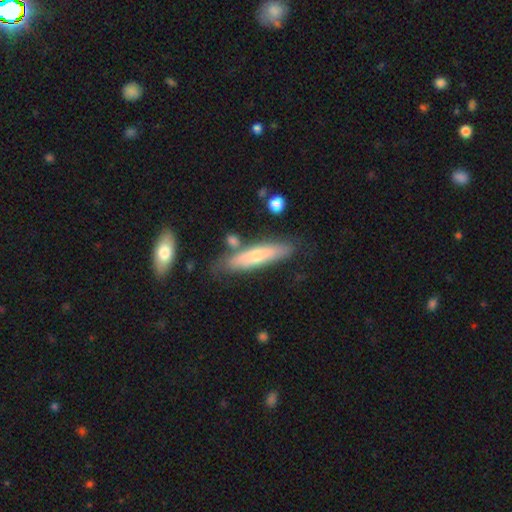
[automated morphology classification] Smooth or featured? smooth (59%)
How rounded? cigar-shaped (80%)
Merging? none (72%)